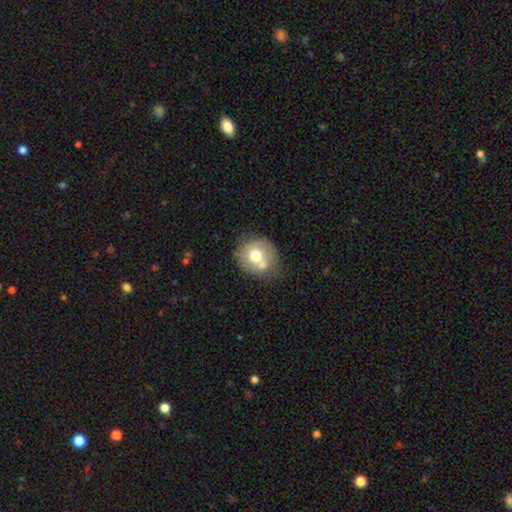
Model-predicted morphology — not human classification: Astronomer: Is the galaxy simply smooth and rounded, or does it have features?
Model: smooth — 64%.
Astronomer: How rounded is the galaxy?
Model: round — 79%.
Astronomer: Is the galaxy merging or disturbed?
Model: none — 47% (runner-up: merger, 26%).